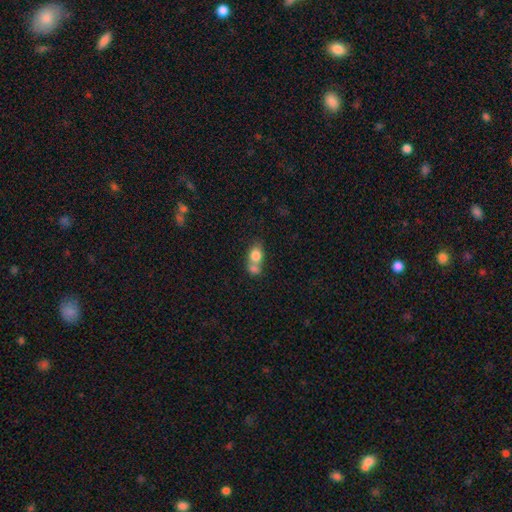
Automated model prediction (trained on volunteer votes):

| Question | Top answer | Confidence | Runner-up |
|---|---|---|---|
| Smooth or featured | smooth | 78% | featured or disk (13%) |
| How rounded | in between | 55% | round (43%) |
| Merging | merger | 61% | none (27%) |